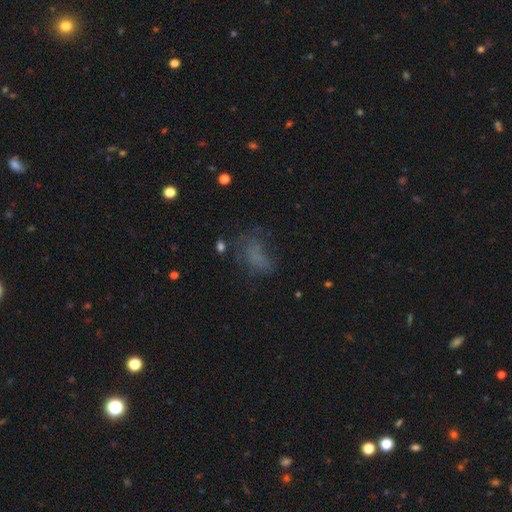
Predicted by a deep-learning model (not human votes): Smooth or featured? Predicted: smooth (p=0.52). How rounded? Predicted: in between (p=0.81). Merging? Predicted: none (p=0.41).